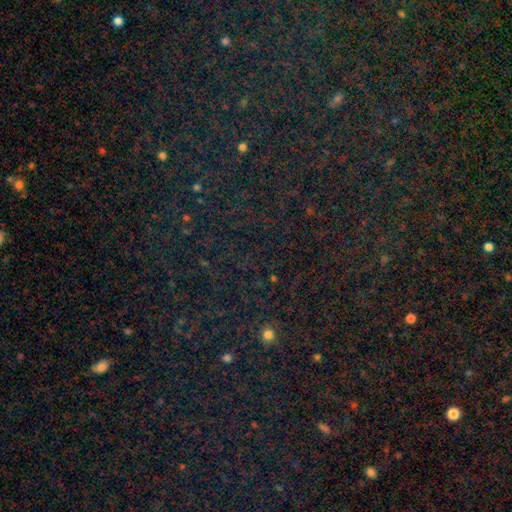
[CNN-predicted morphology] Smooth or featured: star or artifact — 80% (smooth — 13%)